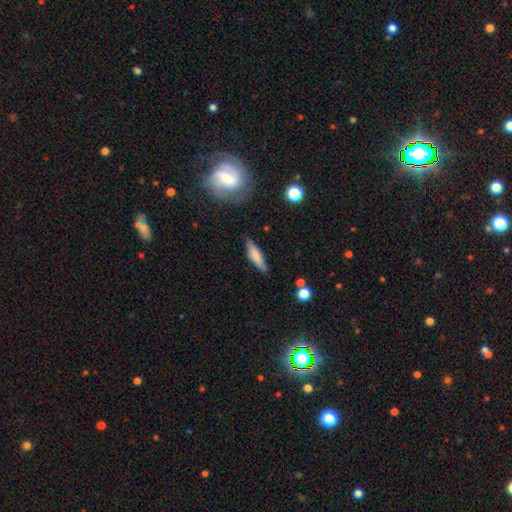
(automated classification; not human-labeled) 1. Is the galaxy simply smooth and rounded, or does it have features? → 74% smooth, 19% featured or disk, 6% star or artifact.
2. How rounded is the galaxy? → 73% cigar-shaped, 26% in between, 2% round.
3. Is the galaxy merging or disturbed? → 83% none, 13% minor disturbance, 3% major disturbance, 2% merger.